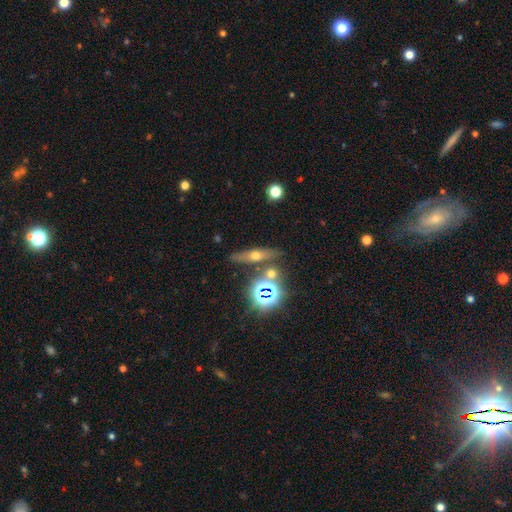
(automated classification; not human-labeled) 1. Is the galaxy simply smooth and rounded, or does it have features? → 42% featured or disk, 38% smooth, 20% star or artifact.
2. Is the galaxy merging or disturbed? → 76% none, 11% merger, 10% minor disturbance, 4% major disturbance.